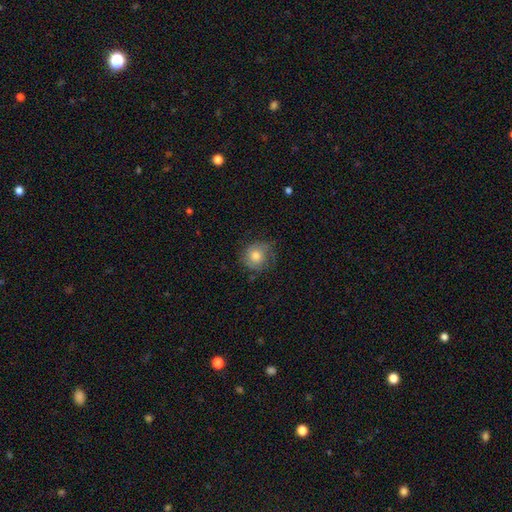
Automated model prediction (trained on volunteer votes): This appears to be a smooth galaxy with no disk features (68%) that is round (88%). Merging: none (65%).